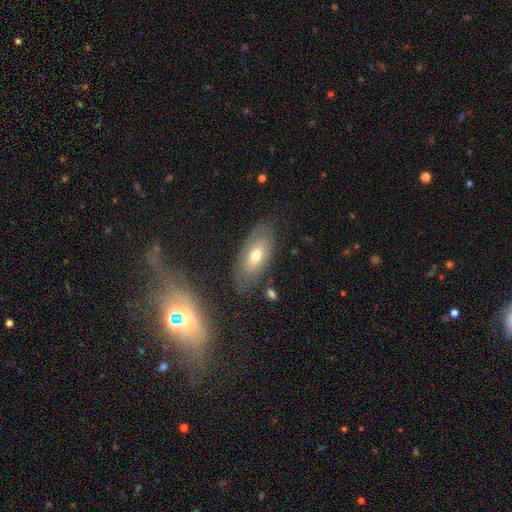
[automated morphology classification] type=smooth (57%); roundness=in between (88%); merging=none (76%).